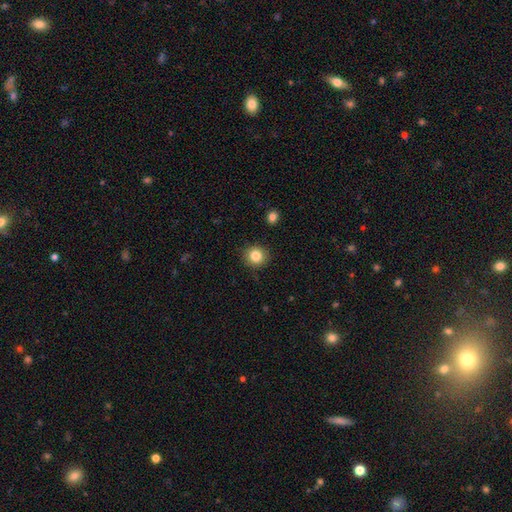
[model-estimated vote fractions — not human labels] smooth_or_featured: smooth (p=0.83) [alt: star or artifact p=0.10]
how_rounded: round (p=0.90) [alt: in between p=0.09]
merging: none (p=0.90) [alt: minor disturbance p=0.07]